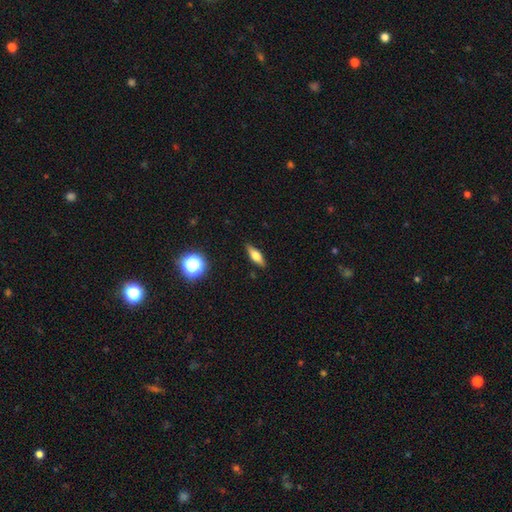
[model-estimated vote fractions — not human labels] Smooth or featured? Predicted: smooth (p=0.55). How rounded? Predicted: in between (p=0.51). Merging? Predicted: none (p=0.87).